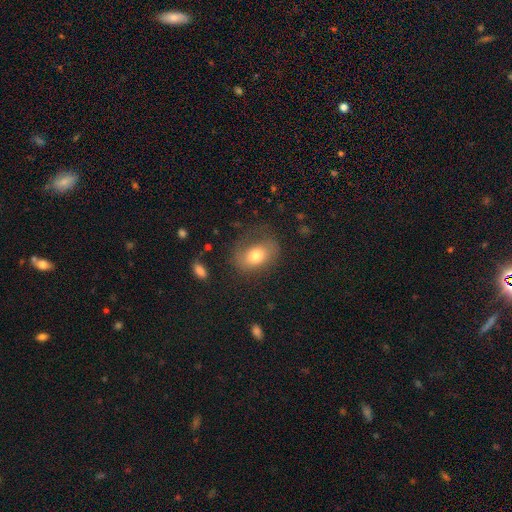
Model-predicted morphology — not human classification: The model was most divided on "merging": none: 58%, minor disturbance: 22%, major disturbance: 17%, merger: 2%. More confident: how rounded — in between (78%); smooth or featured — smooth (70%).